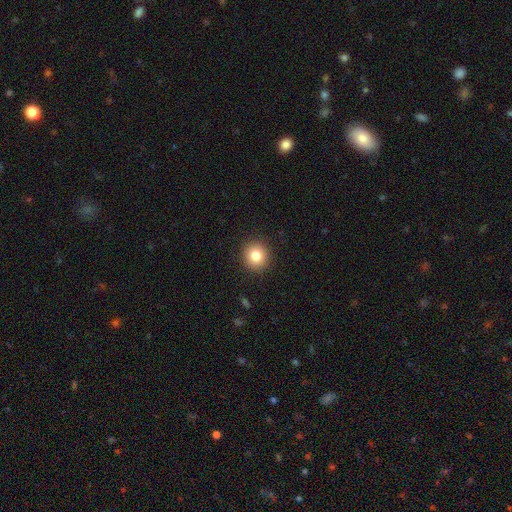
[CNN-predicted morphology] Overall: smooth (82%). How rounded: round (90%). Merging: none (91%).